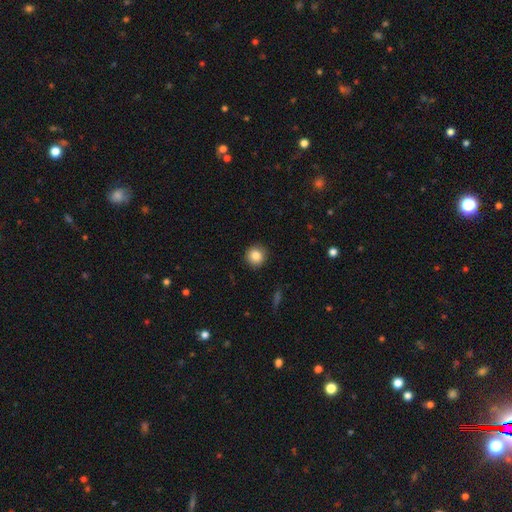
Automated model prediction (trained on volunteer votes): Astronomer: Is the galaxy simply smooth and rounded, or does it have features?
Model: smooth — 85%.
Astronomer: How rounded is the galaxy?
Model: round — 92%.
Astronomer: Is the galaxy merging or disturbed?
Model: none — 91%.